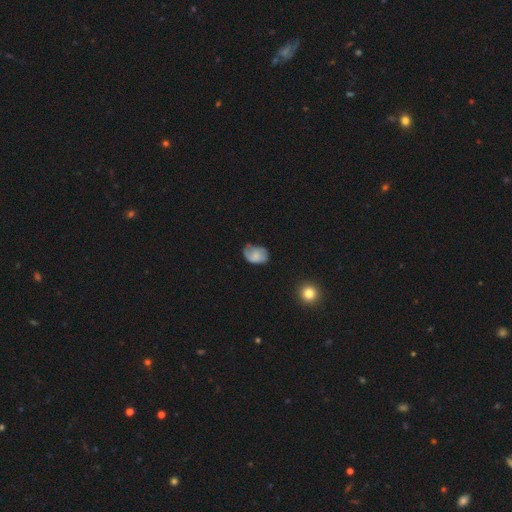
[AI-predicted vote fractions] Smooth or featured? smooth (64%)
How rounded? in between (77%)
Merging? none (44%)